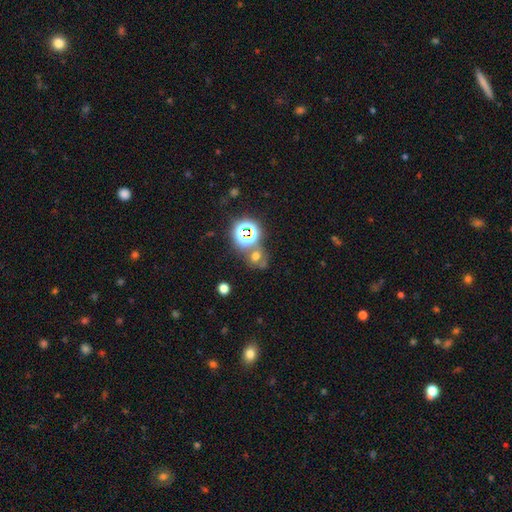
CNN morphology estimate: Smooth or featured?
  - smooth: 45% *
  - star or artifact: 42%
  - featured or disk: 13%
Merging?
  - none: 53% *
  - merger: 27%
  - minor disturbance: 12%
  - major disturbance: 8%